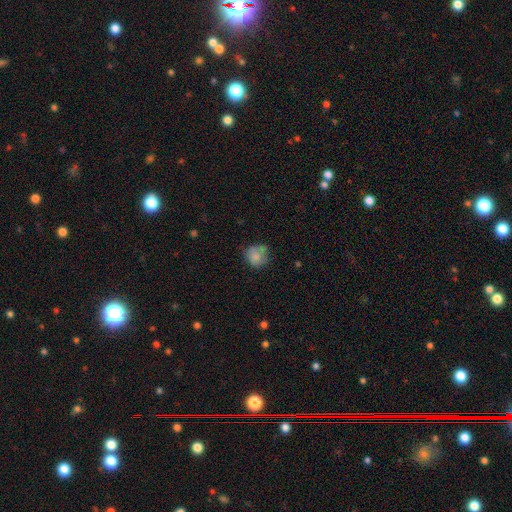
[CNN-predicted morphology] type=smooth (78%); roundness=round (74%); merging=none (52%).